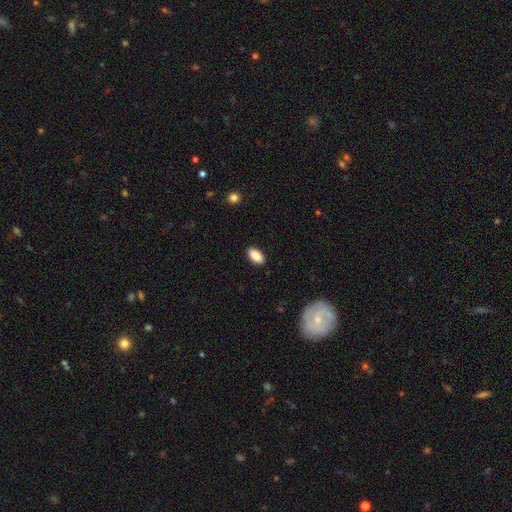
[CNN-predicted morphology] Smooth or featured? smooth (88%)
How rounded? in between (93%)
Merging? none (89%)